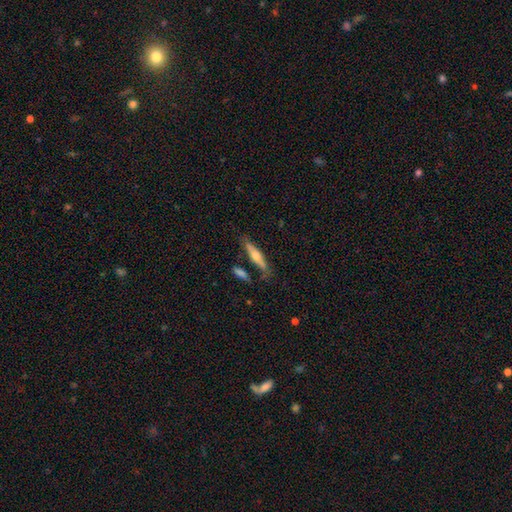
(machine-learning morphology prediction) This appears to be a featured or disk galaxy (49%). Merging: none (72%).